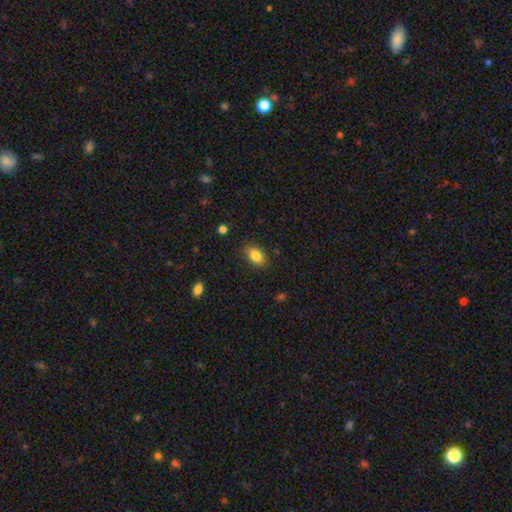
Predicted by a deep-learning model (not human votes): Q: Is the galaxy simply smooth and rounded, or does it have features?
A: smooth — 84%.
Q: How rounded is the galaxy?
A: in between — 87%.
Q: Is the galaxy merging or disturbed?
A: none — 85%.